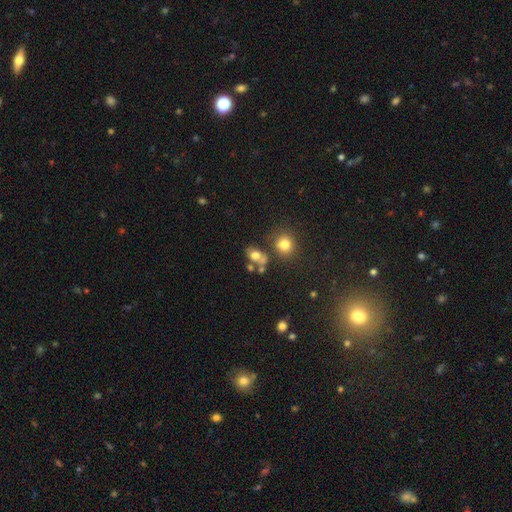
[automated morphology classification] Smooth or featured: smooth — 70% (featured or disk — 16%)
How rounded: in between — 63% (round — 35%)
Merging: none — 47% (merger — 30%)